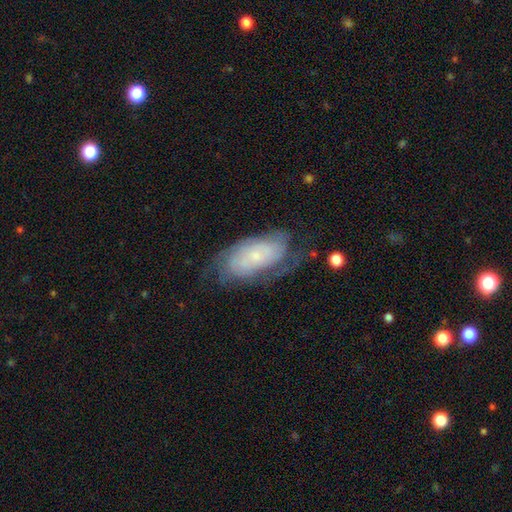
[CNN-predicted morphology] Smooth or featured? featured or disk (66%)
Edge-on disk? no (93%)
Bar? no (76%)
Spiral arms? yes (84%)
Spiral winding? tight (60%)
Spiral arm count? can't tell (51%)
Bulge size? small (74%)
Merging? none (58%)